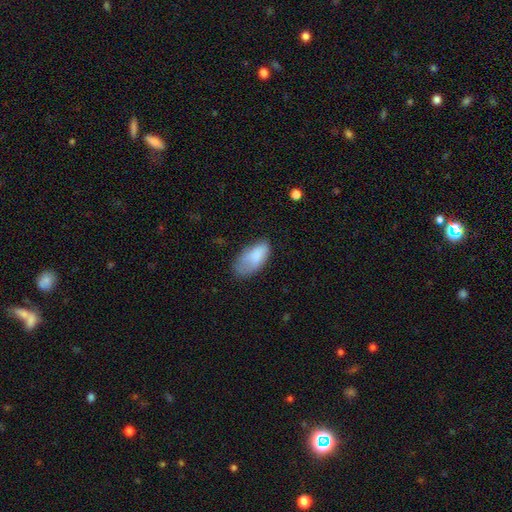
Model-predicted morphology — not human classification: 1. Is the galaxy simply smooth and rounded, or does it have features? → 81% smooth, 12% featured or disk, 7% star or artifact.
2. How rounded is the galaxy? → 93% in between, 4% cigar-shaped, 2% round.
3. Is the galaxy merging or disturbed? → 49% none, 34% minor disturbance, 15% major disturbance, 2% merger.